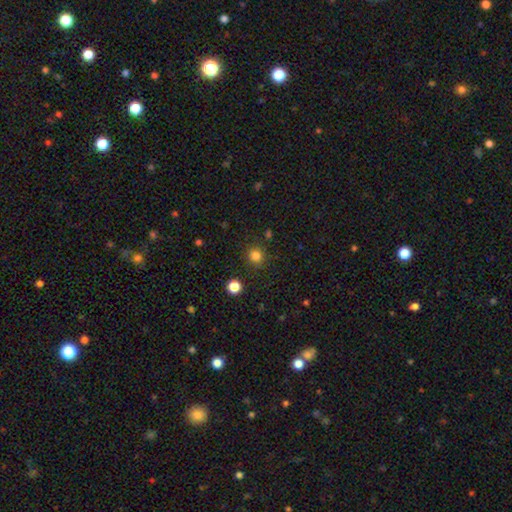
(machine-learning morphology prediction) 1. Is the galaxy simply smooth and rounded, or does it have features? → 81% smooth, 14% star or artifact, 4% featured or disk.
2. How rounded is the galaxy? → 89% round, 10% in between, 1% cigar-shaped.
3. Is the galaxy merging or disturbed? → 87% none, 8% minor disturbance, 3% major disturbance, 3% merger.